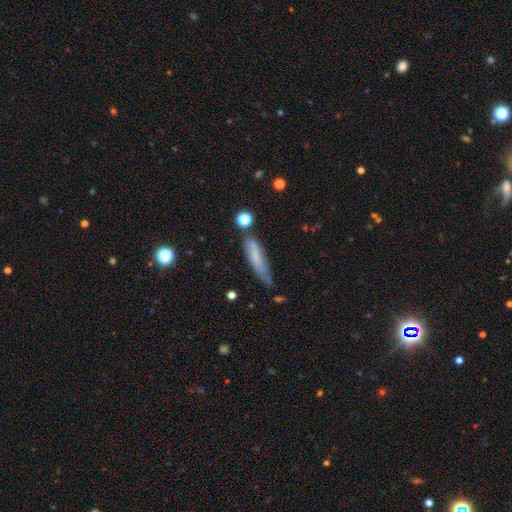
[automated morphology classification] smooth 67%, featured or disk 25%, star or artifact 9%. Down the decision tree: how rounded — cigar-shaped (79%); merging — none (62%).